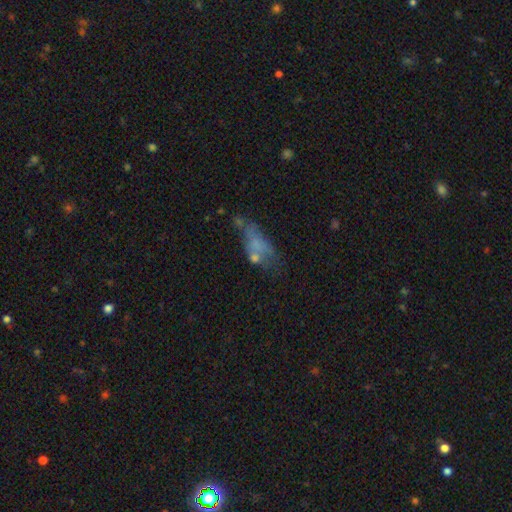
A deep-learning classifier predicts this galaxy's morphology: Overall: smooth (47%; featured or disk 38%). Merging: none (33%; major disturbance 25%).